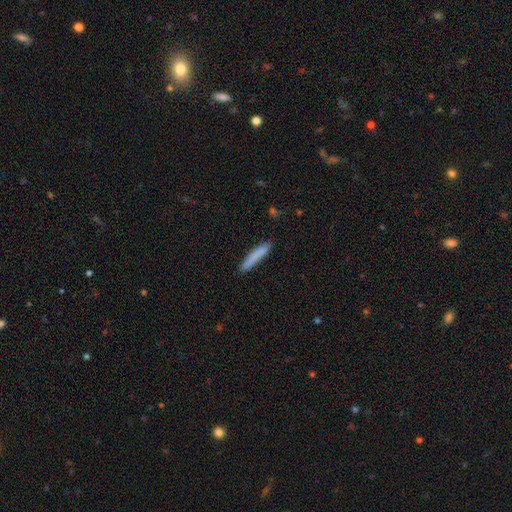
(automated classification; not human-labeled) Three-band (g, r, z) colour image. It shows a smooth galaxy with no disk features (81%) that is cigar-shaped (94%). Merging: none (85%).